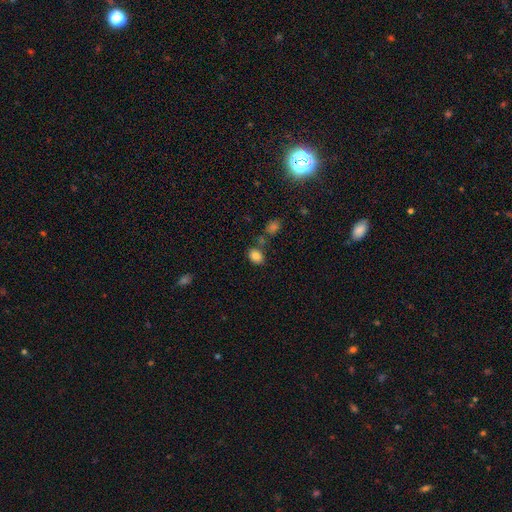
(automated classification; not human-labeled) Smooth or featured: smooth — 84% (star or artifact — 10%)
How rounded: in between — 71% (round — 28%)
Merging: none — 69% (minor disturbance — 14%)